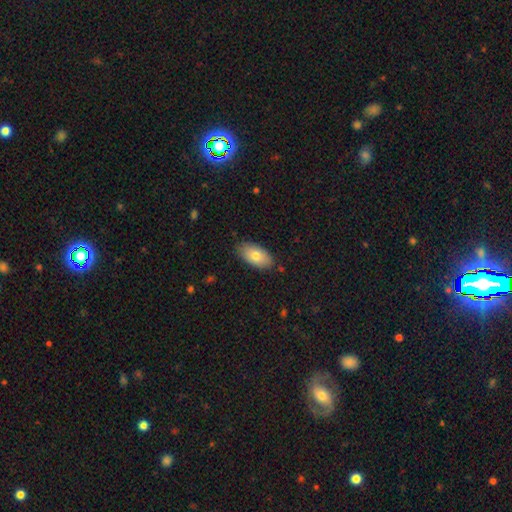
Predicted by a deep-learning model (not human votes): smooth 75%, featured or disk 18%, star or artifact 7%. Down the decision tree: how rounded — in between (93%); merging — none (84%).